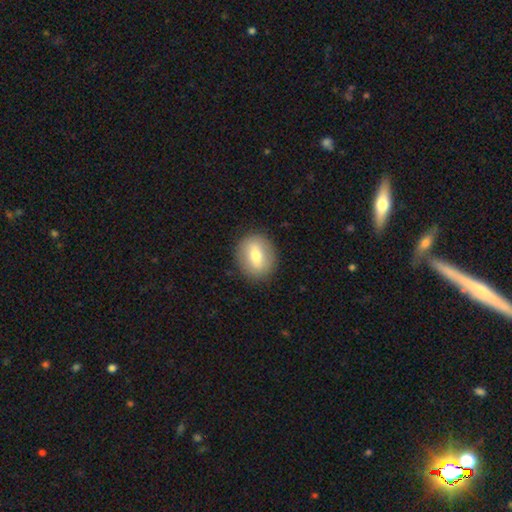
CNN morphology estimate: A smooth galaxy with no disk features (61%) that is round (58%). Merging: none (88%).